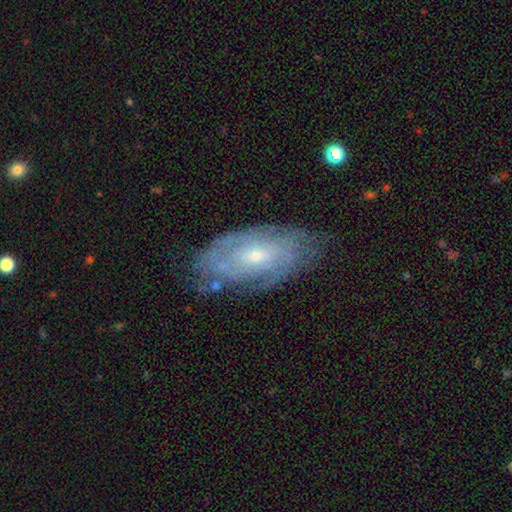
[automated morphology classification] This appears to be a featured or disk galaxy (77%) with no bar (64%), tight (66%) spiral arms (87%) and a small central bulge (63%). Merging: none (72%).